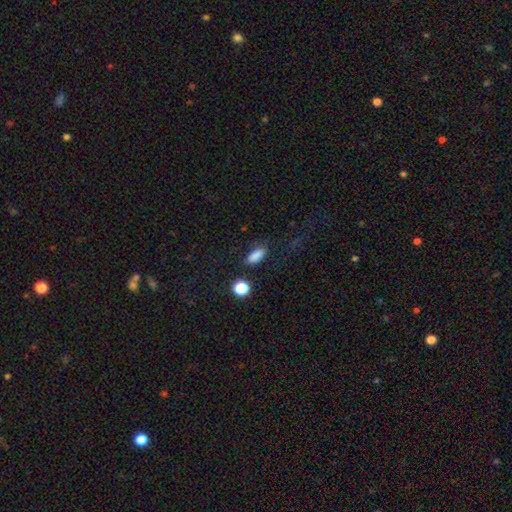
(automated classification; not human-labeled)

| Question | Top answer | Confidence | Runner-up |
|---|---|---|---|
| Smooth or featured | smooth | 84% | star or artifact (11%) |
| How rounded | in between | 81% | cigar-shaped (12%) |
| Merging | none | 73% | minor disturbance (16%) |